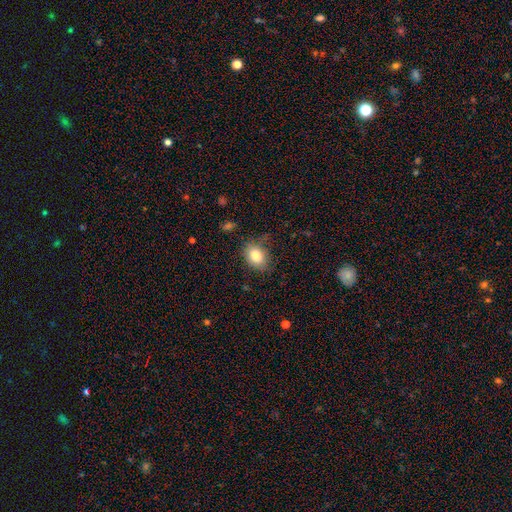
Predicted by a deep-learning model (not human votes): smooth_or_featured: smooth (p=0.84) [alt: star or artifact p=0.08]
how_rounded: in between (p=0.75) [alt: round p=0.24]
merging: none (p=0.72) [alt: minor disturbance p=0.20]